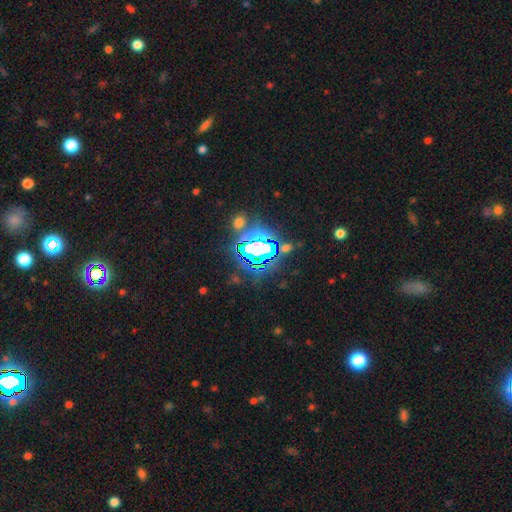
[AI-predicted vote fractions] A star or artifact, not a galaxy (80%).